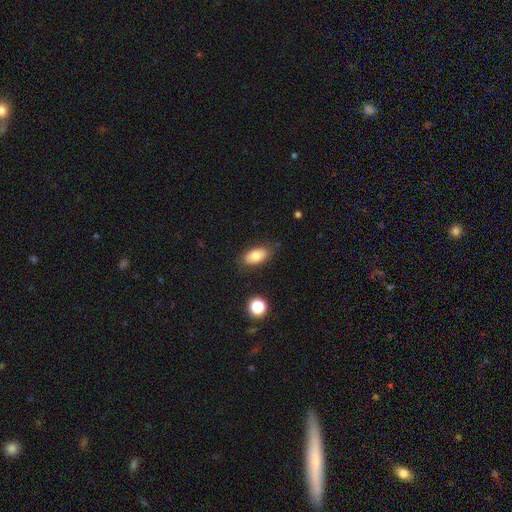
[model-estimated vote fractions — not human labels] This appears to be a smooth galaxy with no disk features (76%) that is in between round and cigar-shaped (91%). Merging: none (81%).